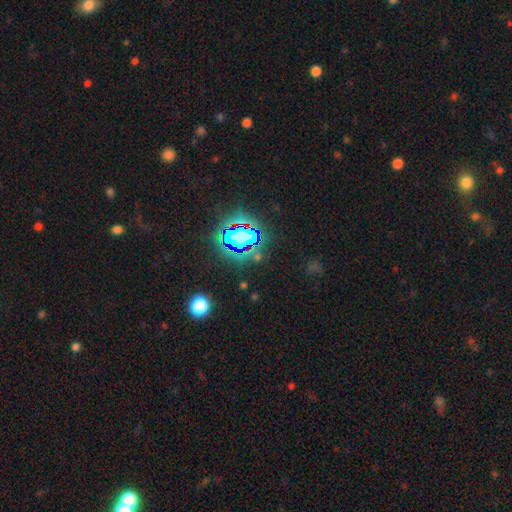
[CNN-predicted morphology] Q: Smooth or featured?
A: star or artifact (70%); runner-up: smooth (20%)